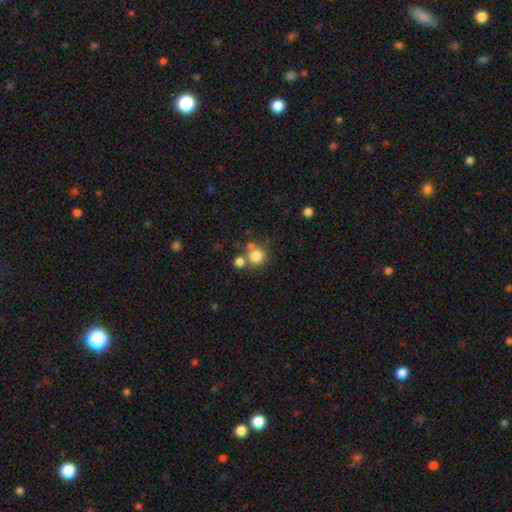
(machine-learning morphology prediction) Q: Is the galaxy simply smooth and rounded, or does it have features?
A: smooth — 80%.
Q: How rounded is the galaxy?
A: round — 92%.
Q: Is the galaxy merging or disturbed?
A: none — 62%.